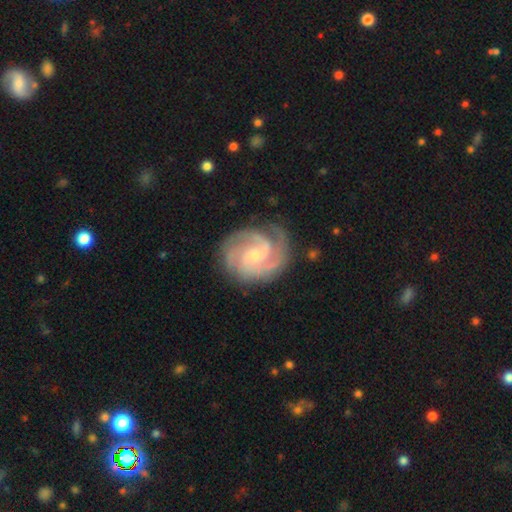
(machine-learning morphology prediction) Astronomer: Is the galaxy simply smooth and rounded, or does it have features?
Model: featured or disk — 91%.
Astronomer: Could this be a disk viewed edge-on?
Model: no — 98%.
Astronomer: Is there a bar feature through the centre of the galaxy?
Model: no — 63%.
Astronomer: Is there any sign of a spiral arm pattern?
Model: yes — 98%.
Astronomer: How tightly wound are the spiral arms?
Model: tight — 60% (runner-up: medium, 35%).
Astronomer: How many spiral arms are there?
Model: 3 — 49%.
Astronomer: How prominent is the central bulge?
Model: small — 71%.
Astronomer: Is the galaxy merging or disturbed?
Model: none — 79%.